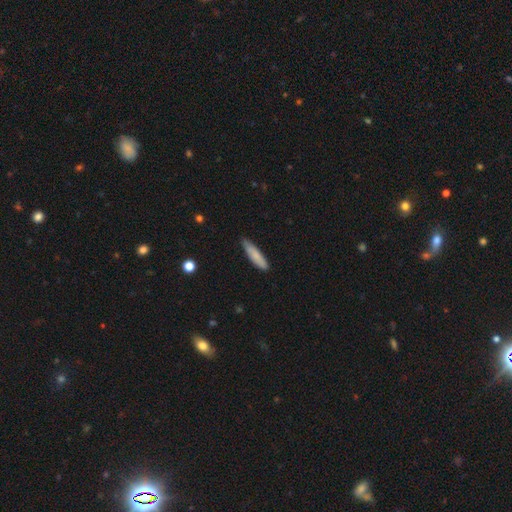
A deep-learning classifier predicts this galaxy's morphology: A smooth galaxy with no disk features (81%) that is cigar-shaped (78%). Merging: none (78%).